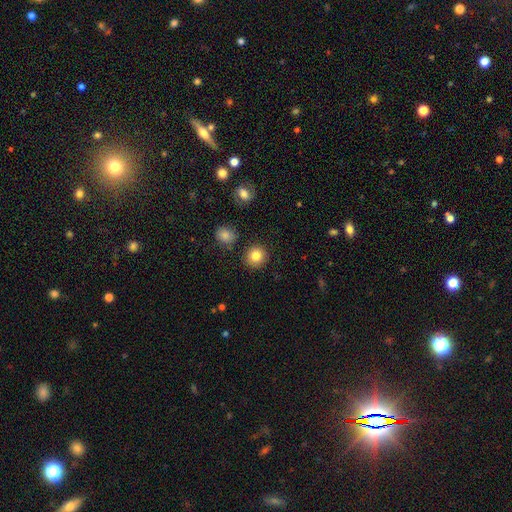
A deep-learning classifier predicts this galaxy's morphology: Smooth or featured?
  - smooth: 84% *
  - star or artifact: 10%
  - featured or disk: 7%
How rounded?
  - round: 91% *
  - in between: 8%
  - cigar-shaped: 1%
Merging?
  - none: 90% *
  - minor disturbance: 6%
  - merger: 2%
  - major disturbance: 2%